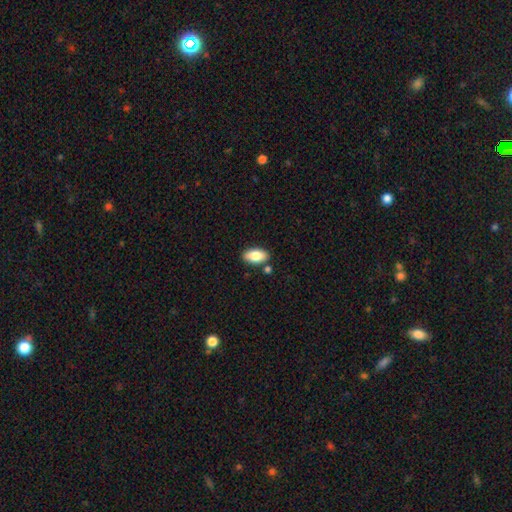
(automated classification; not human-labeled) This is clearly a smooth galaxy (82%). How rounded: clearly in between (93%). Merging: clearly none (83%).